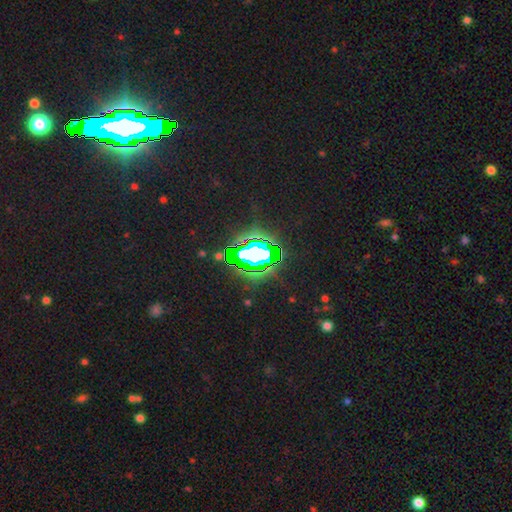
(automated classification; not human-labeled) Smooth or featured?
  - star or artifact: 73% *
  - smooth: 15%
  - featured or disk: 13%